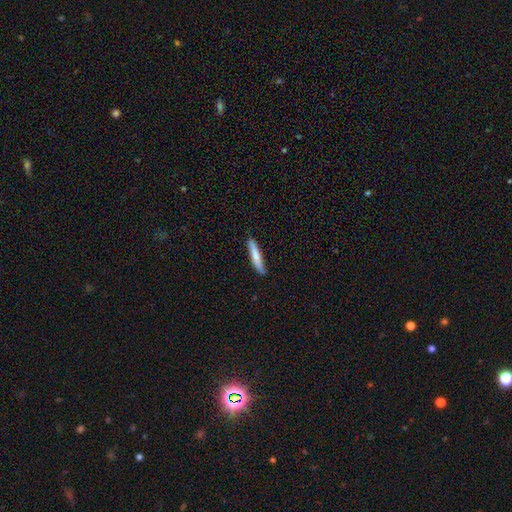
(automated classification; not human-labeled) This appears to be a smooth galaxy with no disk features (75%) that is cigar-shaped (91%). Merging: none (83%).